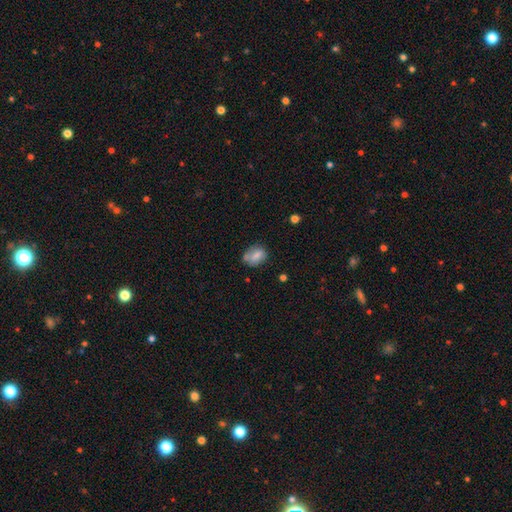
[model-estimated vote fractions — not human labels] Smooth or featured: smooth — 73% (featured or disk — 18%)
How rounded: in between — 67% (round — 31%)
Merging: none — 56% (minor disturbance — 27%)